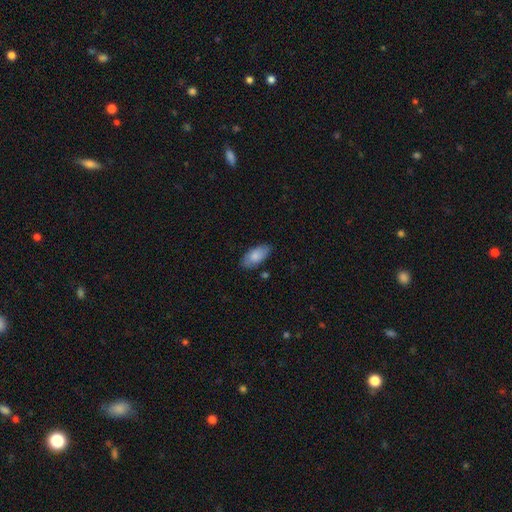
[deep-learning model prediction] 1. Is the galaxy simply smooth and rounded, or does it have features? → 82% smooth, 12% featured or disk, 6% star or artifact.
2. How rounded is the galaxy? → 92% in between, 6% cigar-shaped, 2% round.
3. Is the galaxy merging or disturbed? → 80% none, 15% minor disturbance, 3% major disturbance, 2% merger.